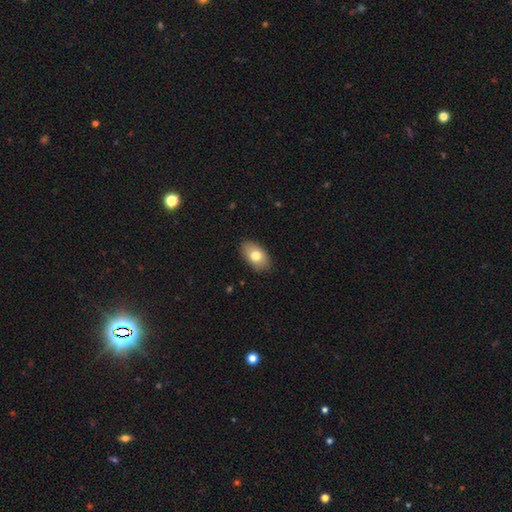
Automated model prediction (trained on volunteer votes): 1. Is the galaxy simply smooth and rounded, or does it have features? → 77% smooth, 16% featured or disk, 7% star or artifact.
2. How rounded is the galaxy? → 91% in between, 8% round, 1% cigar-shaped.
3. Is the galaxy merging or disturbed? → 87% none, 10% minor disturbance, 2% major disturbance, 1% merger.